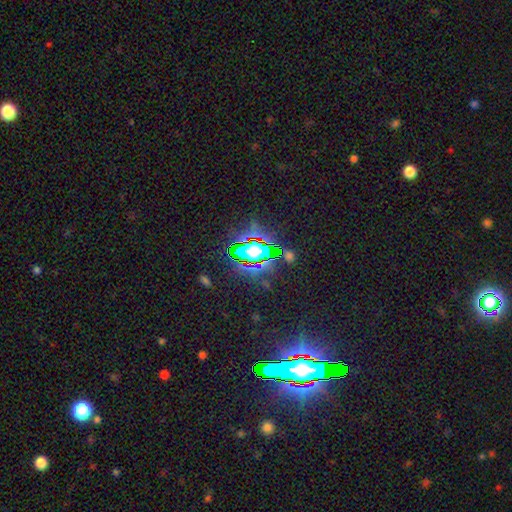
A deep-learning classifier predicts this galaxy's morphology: The model was most divided on "smooth or featured": star or artifact: 84%, smooth: 9%, featured or disk: 7%.